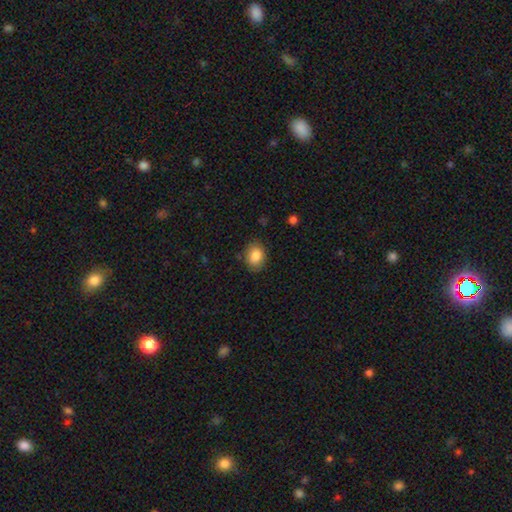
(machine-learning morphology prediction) The model was most divided on "how rounded": in between: 64%, round: 35%, cigar-shaped: 1%. More confident: smooth or featured — smooth (85%); merging — none (83%).